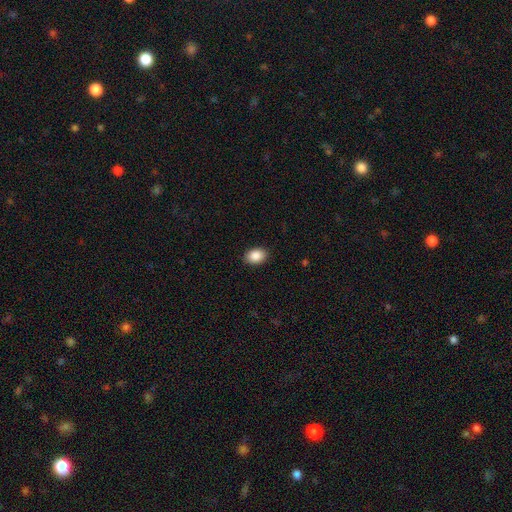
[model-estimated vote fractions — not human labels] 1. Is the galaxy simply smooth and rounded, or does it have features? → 89% smooth, 8% star or artifact, 4% featured or disk.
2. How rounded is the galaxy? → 78% in between, 21% round, 1% cigar-shaped.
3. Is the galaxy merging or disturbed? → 89% none, 8% minor disturbance, 2% major disturbance, 1% merger.